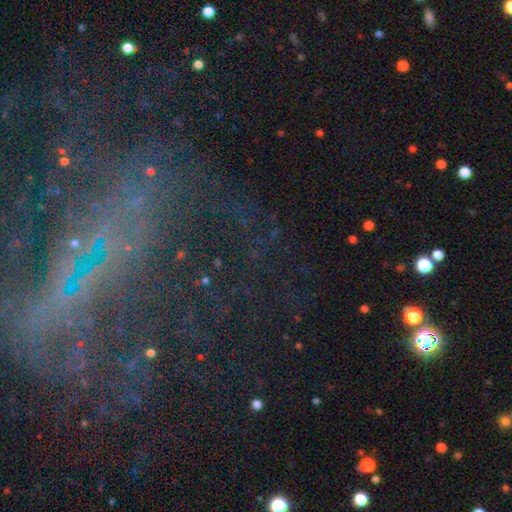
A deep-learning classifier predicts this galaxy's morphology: Smooth or featured? star or artifact (52%)